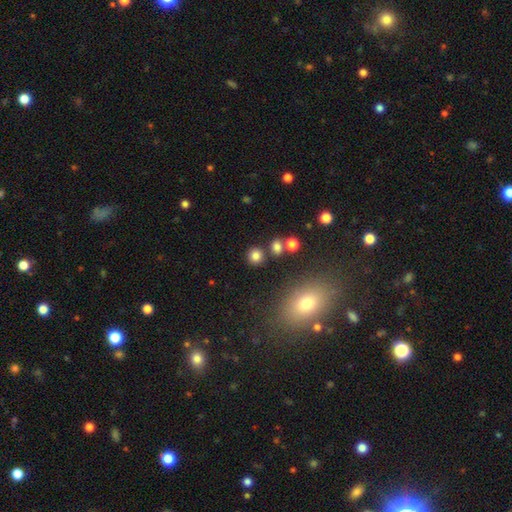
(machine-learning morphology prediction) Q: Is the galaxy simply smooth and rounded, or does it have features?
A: smooth — 81%.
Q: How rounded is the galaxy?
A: round — 89%.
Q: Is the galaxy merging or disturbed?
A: none — 81%.